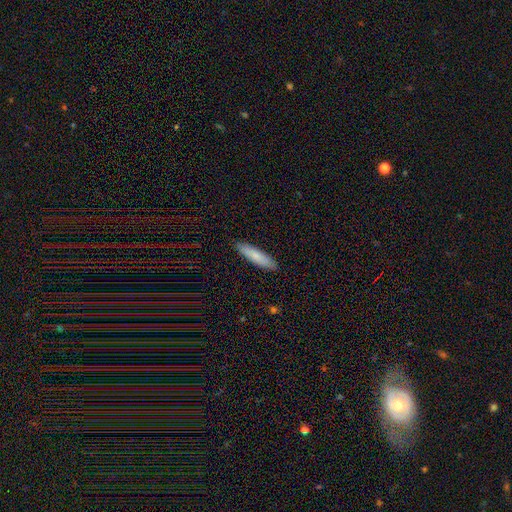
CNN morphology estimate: This appears to be a smooth galaxy with no disk features (80%) that is cigar-shaped (77%). Merging: none (90%).